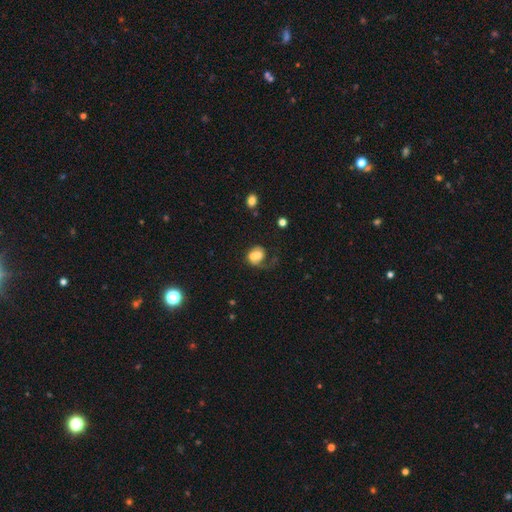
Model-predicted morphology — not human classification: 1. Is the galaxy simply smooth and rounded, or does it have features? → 53% smooth, 37% featured or disk, 9% star or artifact.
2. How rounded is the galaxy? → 58% round, 41% in between, 1% cigar-shaped.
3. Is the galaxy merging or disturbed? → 47% merger, 22% none, 18% major disturbance, 12% minor disturbance.